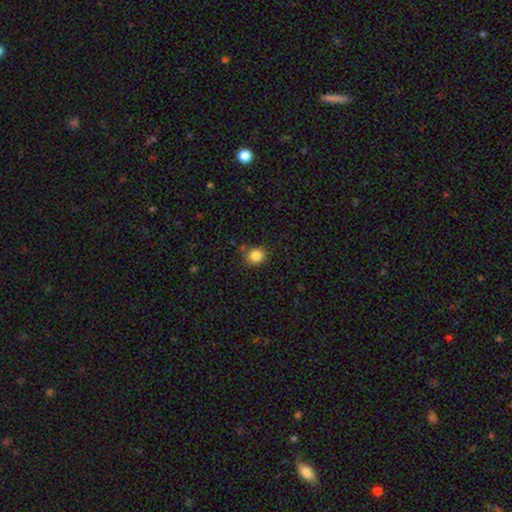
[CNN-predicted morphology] A smooth galaxy with no disk features (85%) that is round (79%).

Vote fractions:
- Smooth or featured? smooth: 85% / star or artifact: 10% / featured or disk: 4%
- How rounded? round: 79% / in between: 20% / cigar-shaped: 1%
- Merging? none: 78% / minor disturbance: 14% / merger: 4% / major disturbance: 3%